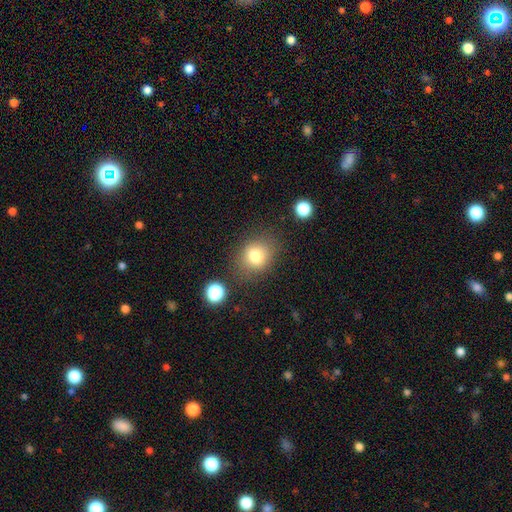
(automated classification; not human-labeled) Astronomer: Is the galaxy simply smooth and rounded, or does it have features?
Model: smooth — 77%.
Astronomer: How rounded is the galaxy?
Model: round — 55% (runner-up: in between, 44%).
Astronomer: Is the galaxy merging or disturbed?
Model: none — 75%.